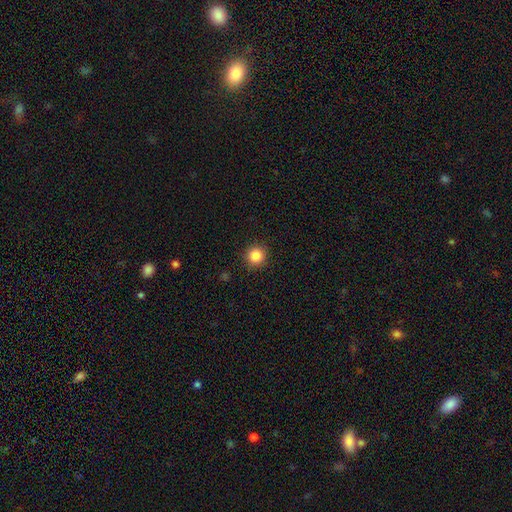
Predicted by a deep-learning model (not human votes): A smooth galaxy with no disk features (86%) that is round (94%). Merging: none (91%).